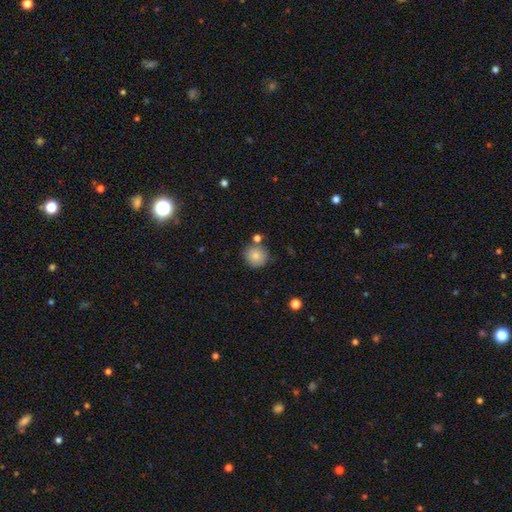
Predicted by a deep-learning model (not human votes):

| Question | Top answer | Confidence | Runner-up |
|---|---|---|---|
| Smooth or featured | smooth | 82% | star or artifact (10%) |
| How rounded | round | 91% | in between (8%) |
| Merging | none | 77% | minor disturbance (10%) |